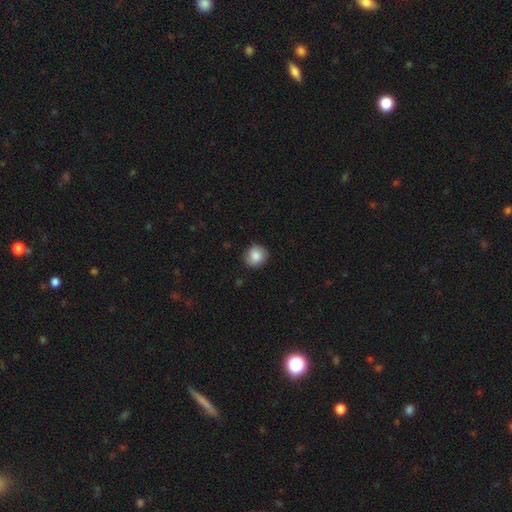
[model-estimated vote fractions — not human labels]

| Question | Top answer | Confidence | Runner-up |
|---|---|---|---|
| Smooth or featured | smooth | 84% | featured or disk (8%) |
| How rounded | round | 84% | in between (15%) |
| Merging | none | 87% | minor disturbance (10%) |